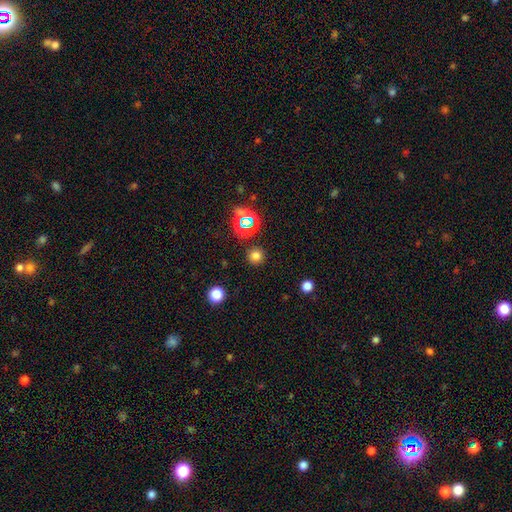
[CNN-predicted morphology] Smooth or featured? smooth (73%)
How rounded? round (94%)
Merging? none (89%)